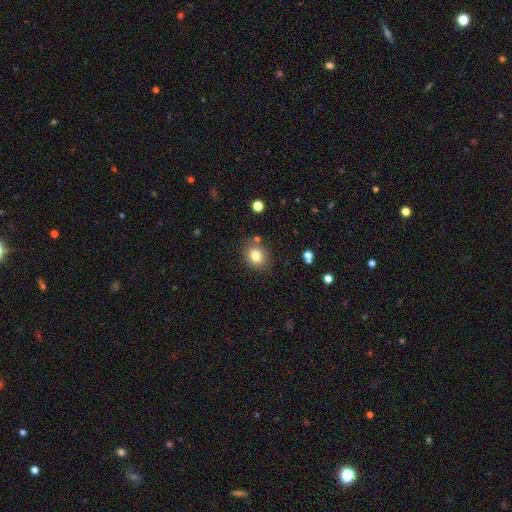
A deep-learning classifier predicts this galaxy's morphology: Smooth or featured? smooth (81%)
How rounded? round (65%)
Merging? none (81%)